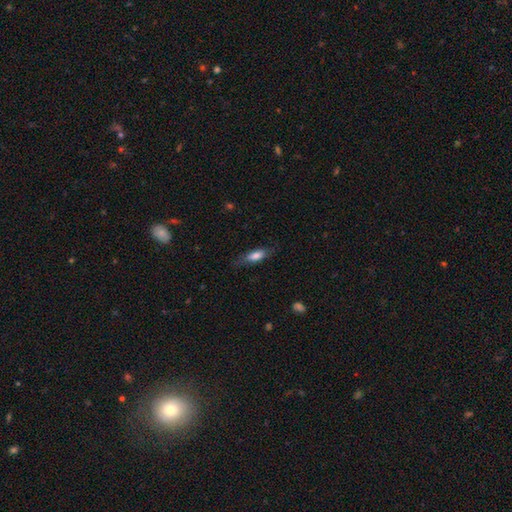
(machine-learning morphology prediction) smooth 73%, featured or disk 20%, star or artifact 7%. Down the decision tree: how rounded — in between (59%); merging — none (71%).